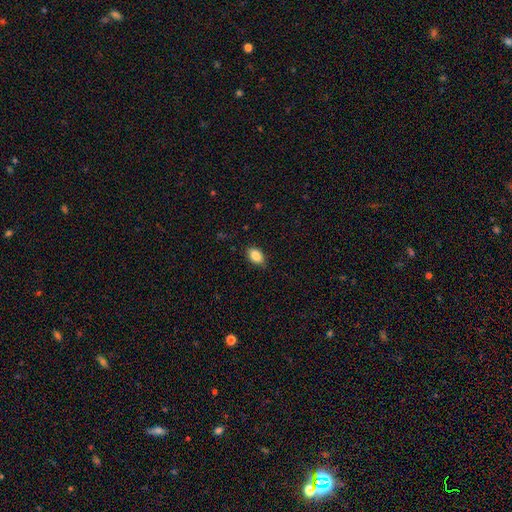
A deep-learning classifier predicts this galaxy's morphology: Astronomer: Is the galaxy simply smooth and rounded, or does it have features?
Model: smooth — 87%.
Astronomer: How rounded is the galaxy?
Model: in between — 86%.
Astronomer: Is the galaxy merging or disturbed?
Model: none — 82%.